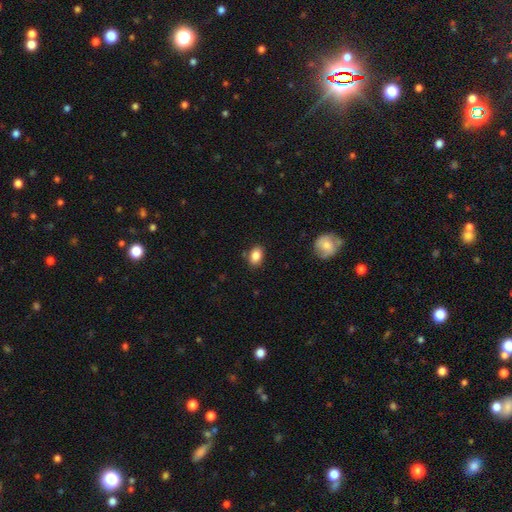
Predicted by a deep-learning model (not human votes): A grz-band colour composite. It shows a smooth galaxy with no disk features (86%) that is in between round and cigar-shaped (81%). Merging: none (85%).